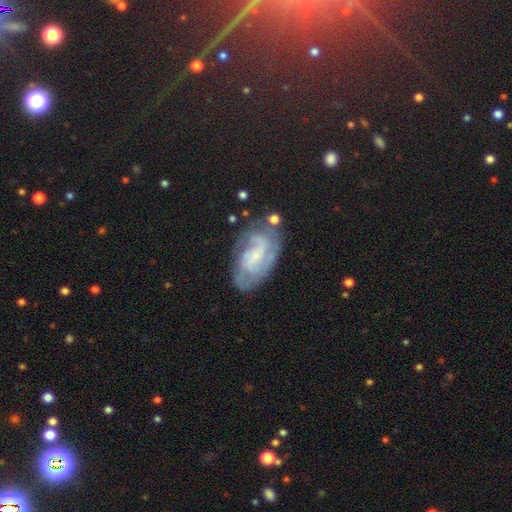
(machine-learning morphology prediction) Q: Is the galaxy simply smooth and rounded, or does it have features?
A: featured or disk — 75%.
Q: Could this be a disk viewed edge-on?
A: no — 96%.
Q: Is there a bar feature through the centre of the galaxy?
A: no — 48%.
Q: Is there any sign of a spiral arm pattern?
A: yes — 92%.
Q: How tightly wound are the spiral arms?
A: tight — 47%.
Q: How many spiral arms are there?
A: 2 — 38%.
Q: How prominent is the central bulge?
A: small — 54%.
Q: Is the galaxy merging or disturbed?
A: none — 66%.